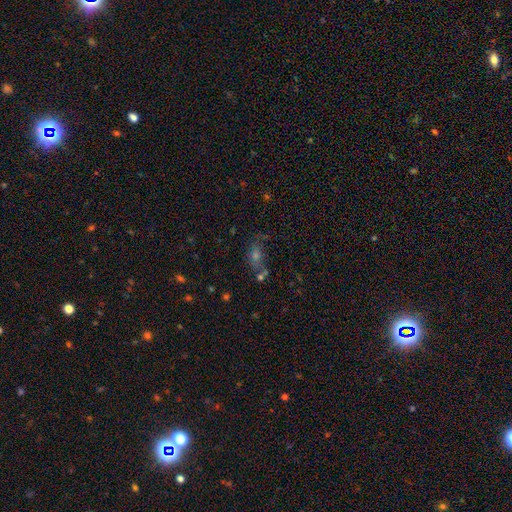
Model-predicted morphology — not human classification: A star or artifact, not a galaxy (50%).